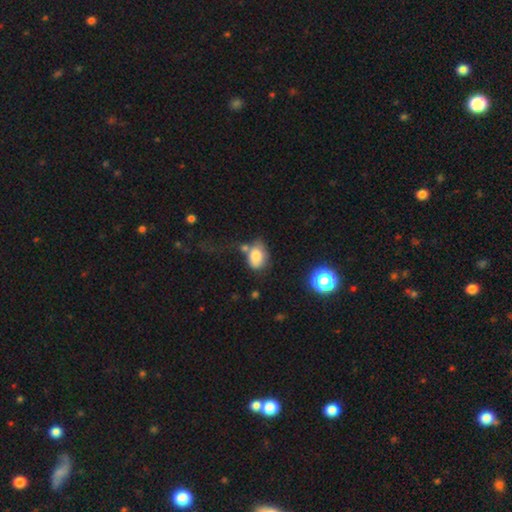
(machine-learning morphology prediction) Q: Smooth or featured?
A: smooth (77%); runner-up: featured or disk (13%)
Q: How rounded?
A: in between (72%); runner-up: round (27%)
Q: Merging?
A: none (41%); runner-up: minor disturbance (25%)